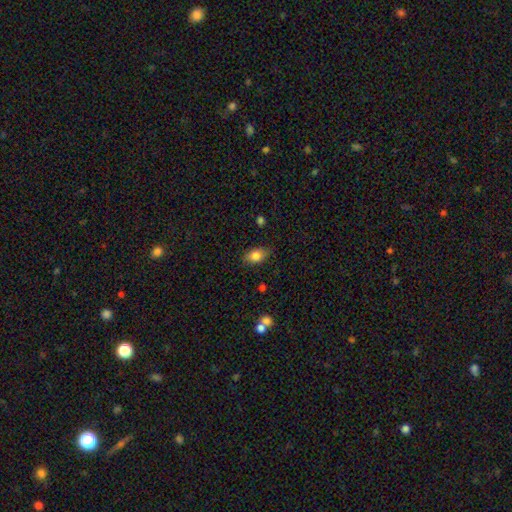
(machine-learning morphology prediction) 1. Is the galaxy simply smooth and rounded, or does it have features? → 81% smooth, 11% featured or disk, 8% star or artifact.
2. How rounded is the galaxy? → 86% in between, 11% round, 3% cigar-shaped.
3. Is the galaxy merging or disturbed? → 81% none, 15% minor disturbance, 3% major disturbance, 1% merger.